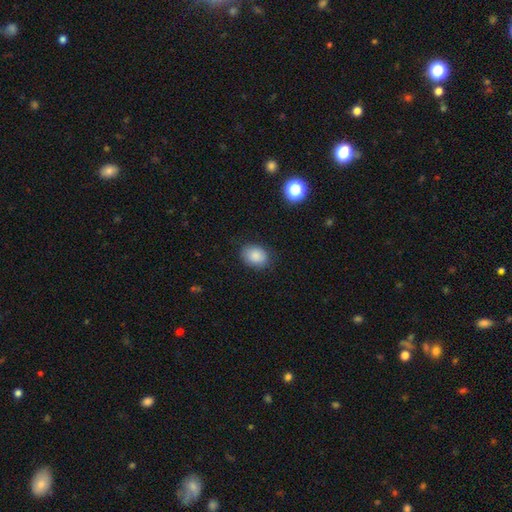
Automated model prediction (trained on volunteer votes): smooth_or_featured: smooth (p=0.86) [alt: star or artifact p=0.08]
how_rounded: in between (p=0.63) [alt: round p=0.36]
merging: none (p=0.82) [alt: minor disturbance p=0.14]